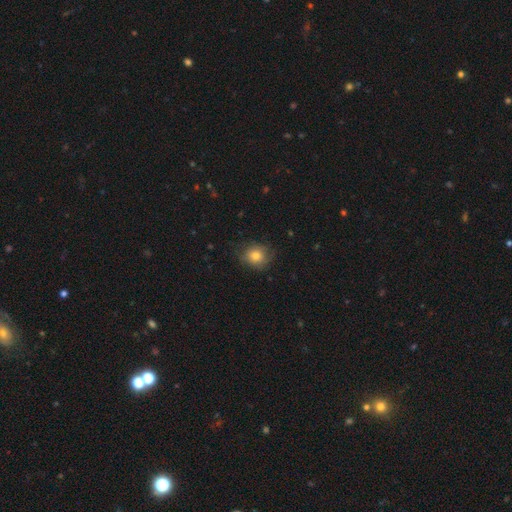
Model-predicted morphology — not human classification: Q: Smooth or featured?
A: smooth (77%); runner-up: featured or disk (13%)
Q: How rounded?
A: round (78%); runner-up: in between (21%)
Q: Merging?
A: none (74%); runner-up: minor disturbance (20%)